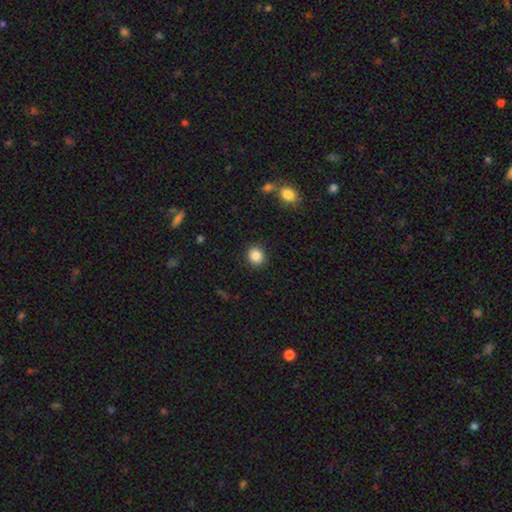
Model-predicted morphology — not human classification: This is clearly a smooth galaxy (86%). How rounded: clearly round (82%). Merging: clearly none (90%).